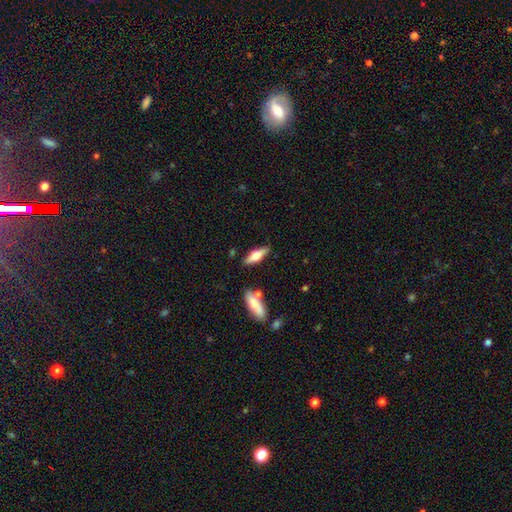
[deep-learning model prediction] smooth-or-featured: smooth: 50% | featured or disk: 44% | star or artifact: 6%
  how-rounded: in between: 52% | cigar-shaped: 46% | round: 2%
  merging: none: 81% | minor disturbance: 12% | merger: 5% | major disturbance: 3%